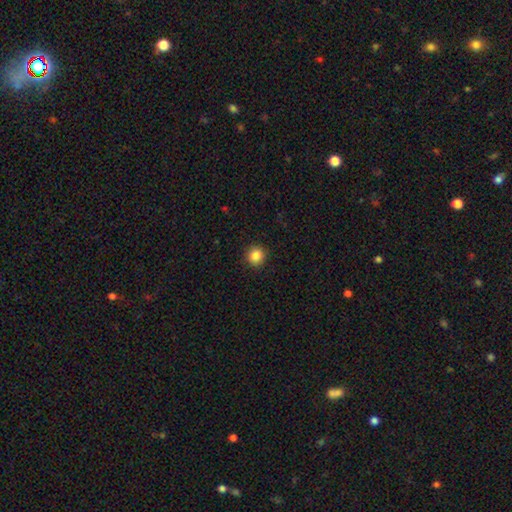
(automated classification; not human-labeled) smooth-or-featured: smooth: 86% | star or artifact: 10% | featured or disk: 4%
  how-rounded: round: 93% | in between: 6% | cigar-shaped: 1%
  merging: none: 92% | minor disturbance: 6% | major disturbance: 2% | merger: 1%